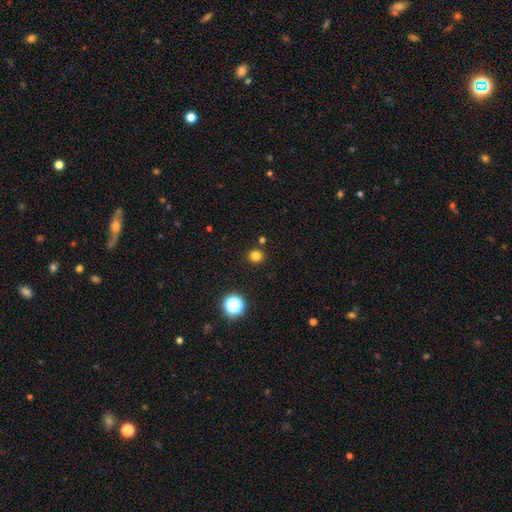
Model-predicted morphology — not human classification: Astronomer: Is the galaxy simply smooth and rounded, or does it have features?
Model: smooth — 80%.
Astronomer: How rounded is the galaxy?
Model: round — 90%.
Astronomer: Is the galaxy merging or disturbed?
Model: none — 88%.